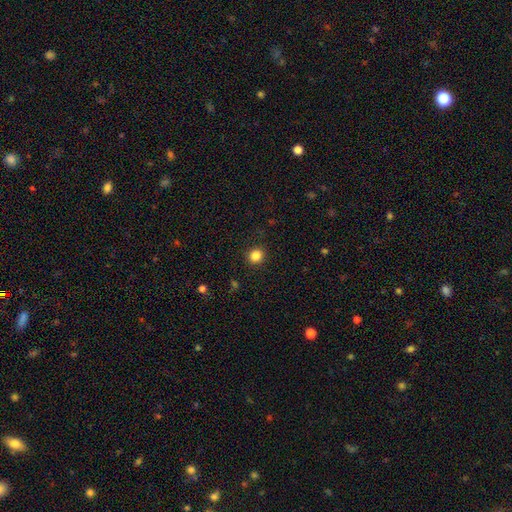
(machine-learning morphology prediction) This appears to be a smooth galaxy with no disk features (85%) that is round (88%). Merging: none (91%).